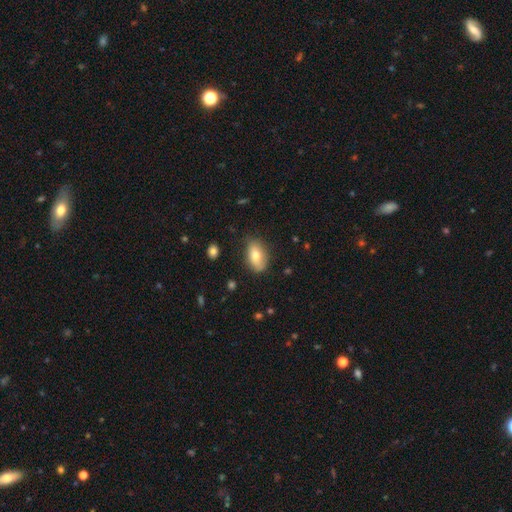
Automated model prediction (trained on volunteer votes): Smooth or featured?
  - smooth: 74% *
  - featured or disk: 18%
  - star or artifact: 7%
How rounded?
  - in between: 90% *
  - round: 5%
  - cigar-shaped: 4%
Merging?
  - none: 76% *
  - minor disturbance: 19%
  - major disturbance: 4%
  - merger: 1%